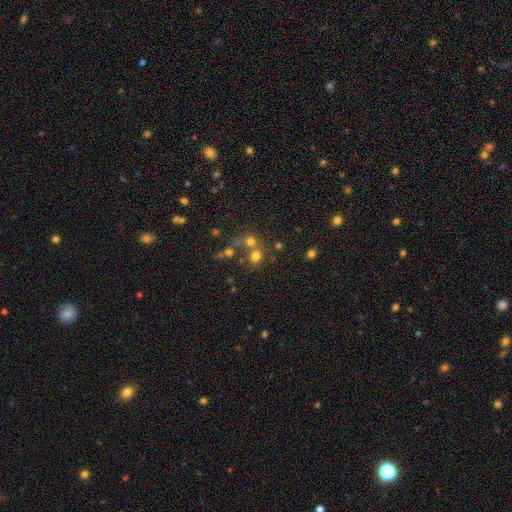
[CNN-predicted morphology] smooth 68%, star or artifact 21%, featured or disk 11%. Down the decision tree: how rounded — round (75%); merging — none (53%).